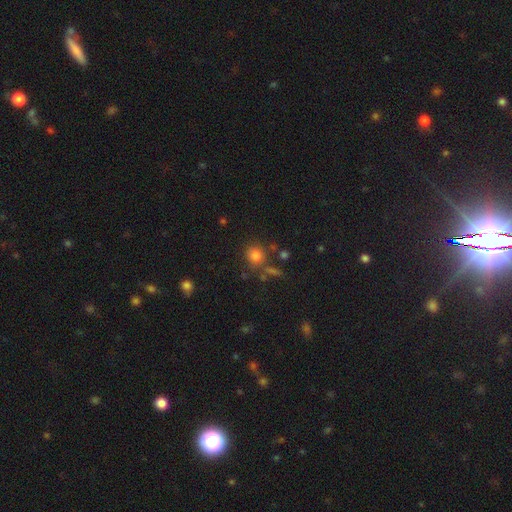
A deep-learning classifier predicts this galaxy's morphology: The model was most divided on "merging": none: 73%, minor disturbance: 12%, merger: 11%, major disturbance: 5%. More confident: how rounded — round (86%); smooth or featured — smooth (79%).